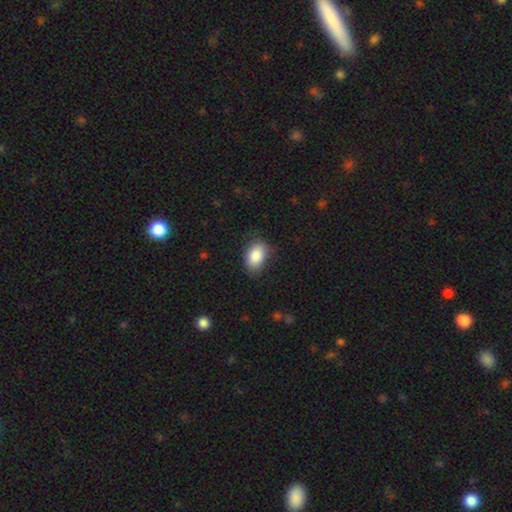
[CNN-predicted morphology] Smooth or featured?
  - smooth: 88% *
  - star or artifact: 7%
  - featured or disk: 5%
How rounded?
  - in between: 88% *
  - round: 10%
  - cigar-shaped: 1%
Merging?
  - none: 78% *
  - minor disturbance: 17%
  - major disturbance: 4%
  - merger: 1%